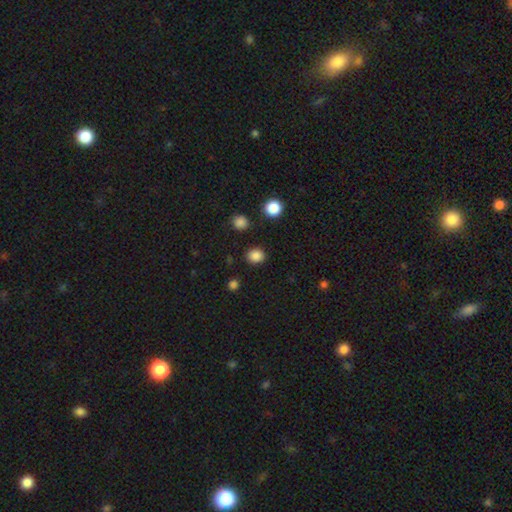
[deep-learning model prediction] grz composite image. It shows a smooth galaxy with no disk features (85%) that is round (73%). Merging: none (88%).